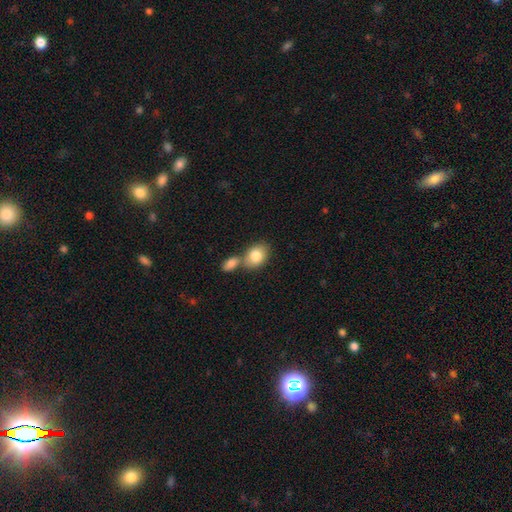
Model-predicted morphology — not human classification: Smooth or featured? Predicted: smooth (p=0.83). How rounded? Predicted: in between (p=0.74). Merging? Predicted: merger (p=0.46).